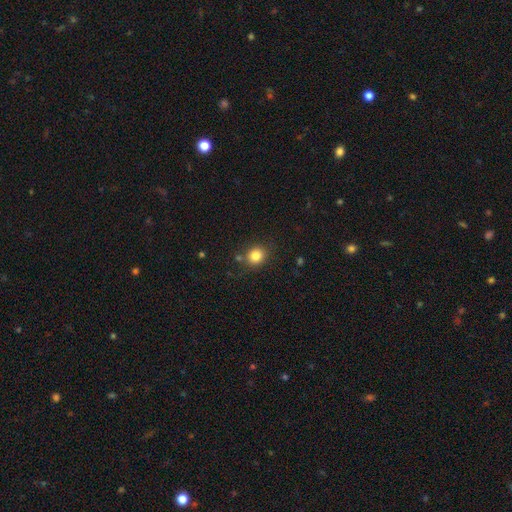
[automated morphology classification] Q: Smooth or featured?
A: smooth (82%); runner-up: star or artifact (12%)
Q: How rounded?
A: round (83%); runner-up: in between (16%)
Q: Merging?
A: none (80%); runner-up: minor disturbance (10%)